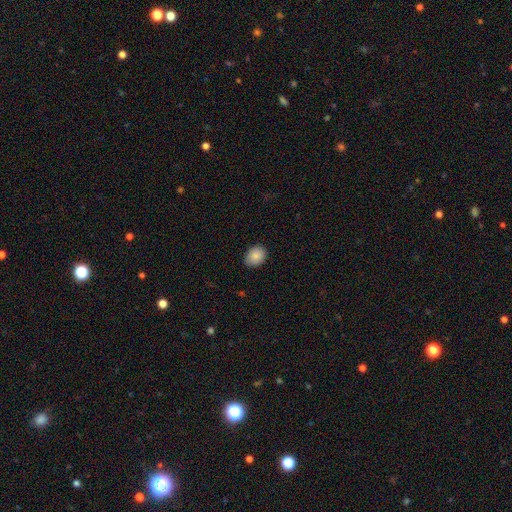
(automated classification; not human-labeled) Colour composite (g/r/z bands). It shows a smooth galaxy with no disk features (85%) that is in between round and cigar-shaped (56%). Merging: none (84%).